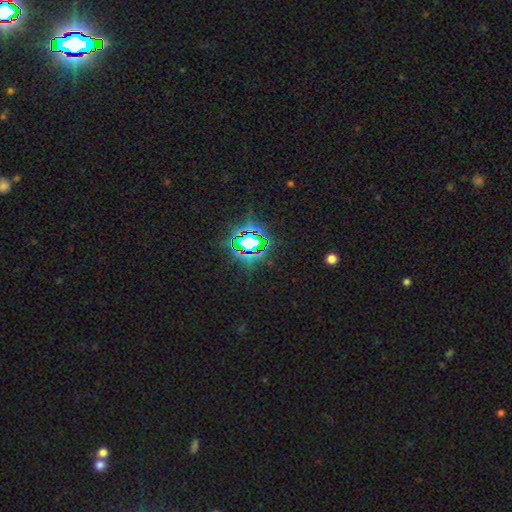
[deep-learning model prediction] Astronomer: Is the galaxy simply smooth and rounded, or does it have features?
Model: star or artifact — 82%.